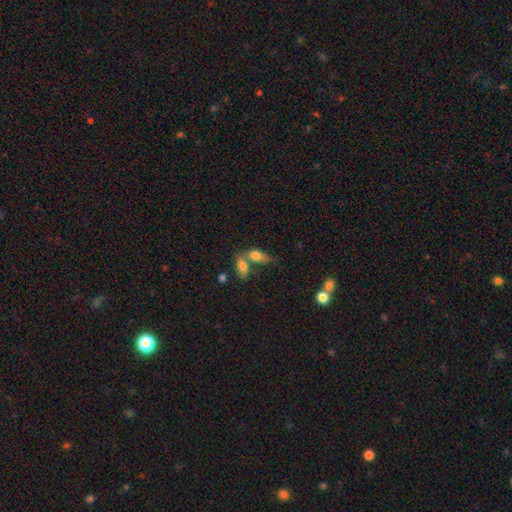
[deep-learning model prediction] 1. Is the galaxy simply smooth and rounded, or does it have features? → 75% smooth, 16% featured or disk, 9% star or artifact.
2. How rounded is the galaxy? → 81% in between, 11% cigar-shaped, 7% round.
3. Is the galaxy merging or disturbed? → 54% merger, 29% none, 11% minor disturbance, 6% major disturbance.